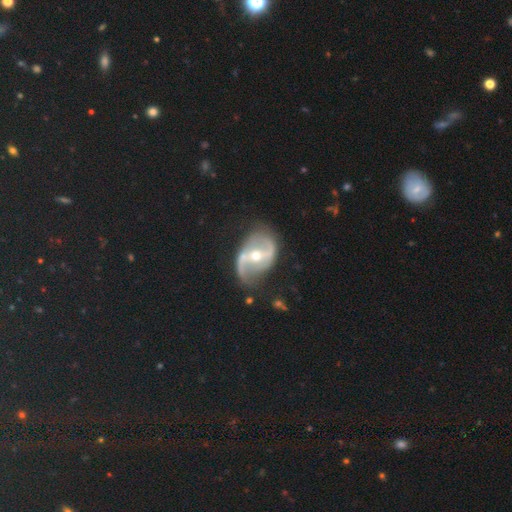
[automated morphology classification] Smooth or featured? featured or disk (88%)
Edge-on disk? no (97%)
Bar? strong (42%)
Spiral arms? yes (92%)
Spiral winding? loose (55%)
Spiral arm count? 2 (90%)
Bulge size? moderate (56%)
Merging? none (67%)